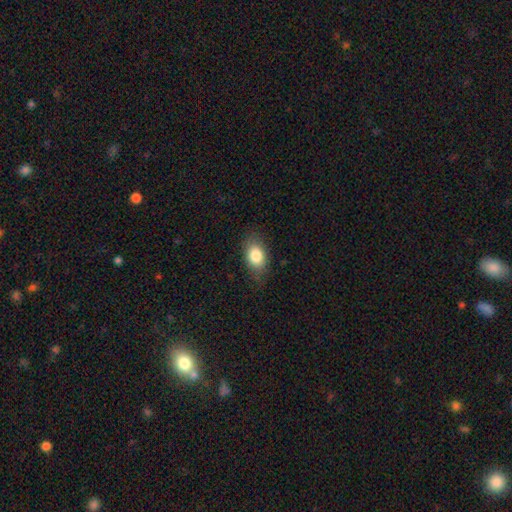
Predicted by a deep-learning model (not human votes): Morphology: type=smooth (84%); roundness=in between (84%); merging=none (79%).